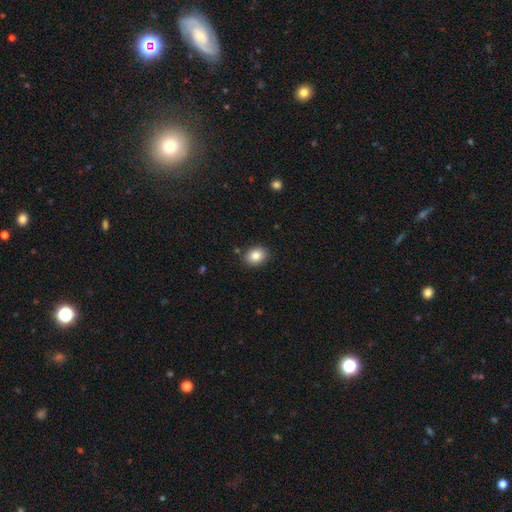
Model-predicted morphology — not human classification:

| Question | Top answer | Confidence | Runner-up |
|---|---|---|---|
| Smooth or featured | smooth | 85% | star or artifact (9%) |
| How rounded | in between | 59% | round (40%) |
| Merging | none | 87% | minor disturbance (9%) |